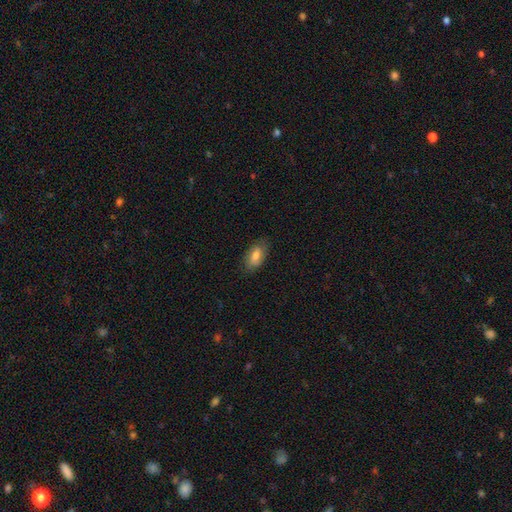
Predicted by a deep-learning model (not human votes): A smooth galaxy with no disk features (72%) that is in between round and cigar-shaped (90%). Merging: none (81%).